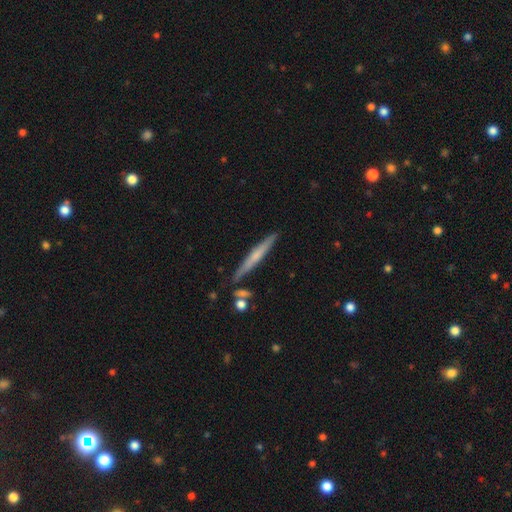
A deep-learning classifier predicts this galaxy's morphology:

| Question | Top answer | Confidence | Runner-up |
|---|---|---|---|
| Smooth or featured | featured or disk | 51% | smooth (43%) |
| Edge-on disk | yes | 96% | no (4%) |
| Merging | none | 87% | minor disturbance (8%) |